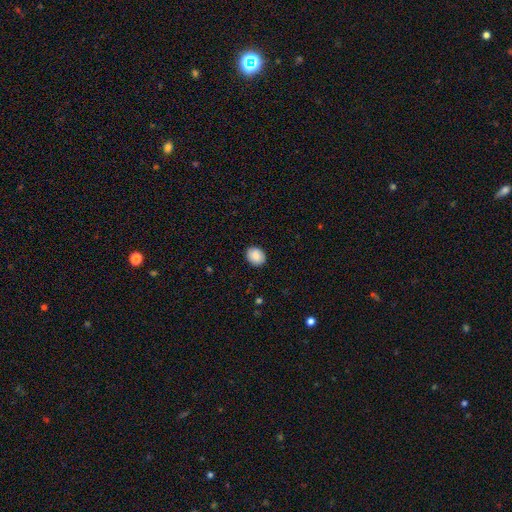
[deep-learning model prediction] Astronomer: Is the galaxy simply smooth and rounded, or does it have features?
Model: smooth — 86%.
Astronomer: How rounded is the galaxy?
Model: round — 59% (runner-up: in between, 40%).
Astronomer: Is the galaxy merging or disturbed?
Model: none — 90%.